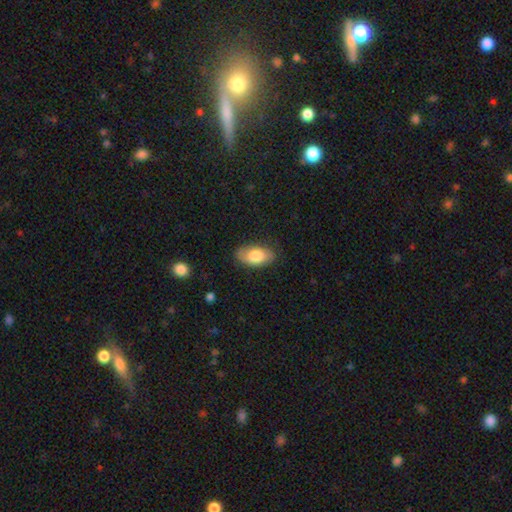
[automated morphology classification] type=smooth (77%); roundness=in between (93%); merging=none (82%).